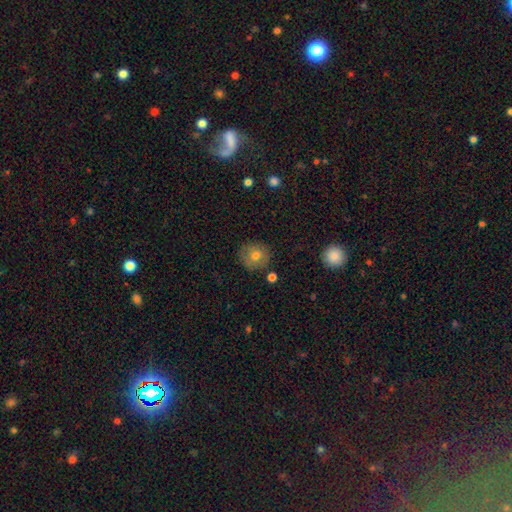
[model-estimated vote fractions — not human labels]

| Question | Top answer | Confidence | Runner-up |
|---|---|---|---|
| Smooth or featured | smooth | 75% | featured or disk (15%) |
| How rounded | round | 91% | in between (8%) |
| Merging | none | 84% | minor disturbance (10%) |